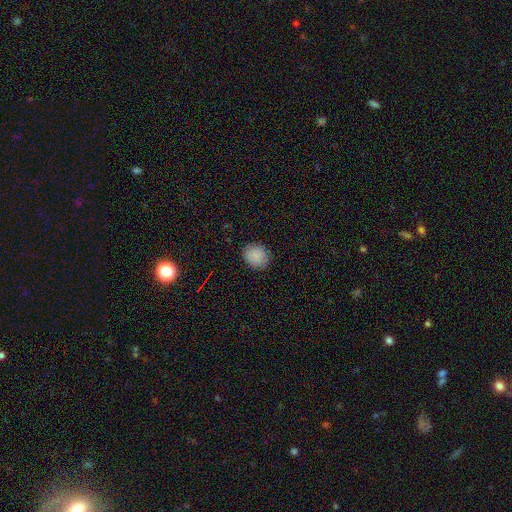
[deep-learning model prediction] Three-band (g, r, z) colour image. It shows a smooth galaxy with no disk features (87%) that is round (72%). Merging: none (87%).